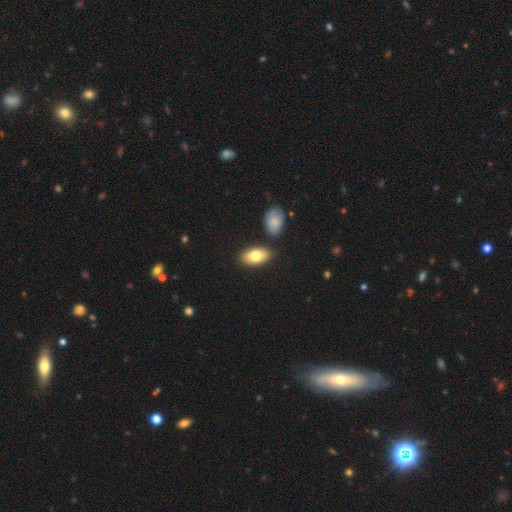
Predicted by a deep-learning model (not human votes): Overall: smooth (77%). How rounded: in between (93%). Merging: none (81%).